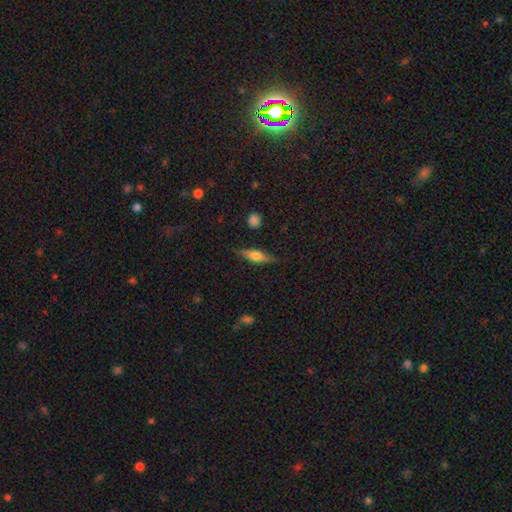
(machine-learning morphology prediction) Smooth or featured: featured or disk — 51% (smooth — 42%)
Edge-on disk: yes — 92% (no — 8%)
Merging: none — 81% (minor disturbance — 14%)